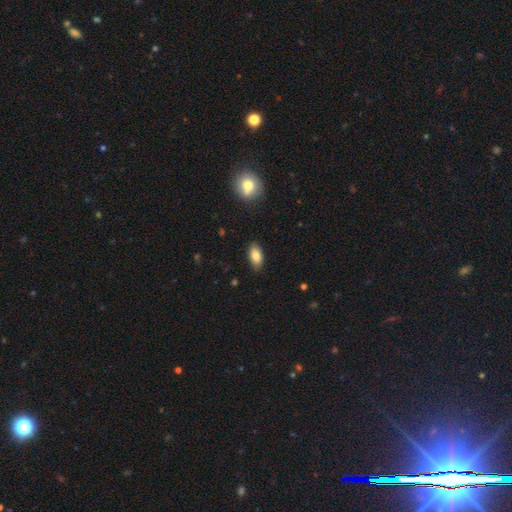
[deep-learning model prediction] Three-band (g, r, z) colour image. It shows a smooth galaxy with no disk features (83%) that is in between round and cigar-shaped (91%). Merging: none (87%).